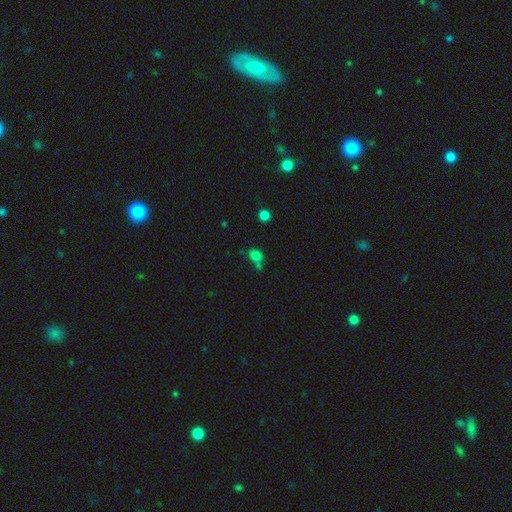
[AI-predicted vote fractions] smooth 76%, star or artifact 17%, featured or disk 8%. Down the decision tree: how rounded — round (52%); merging — none (47%).